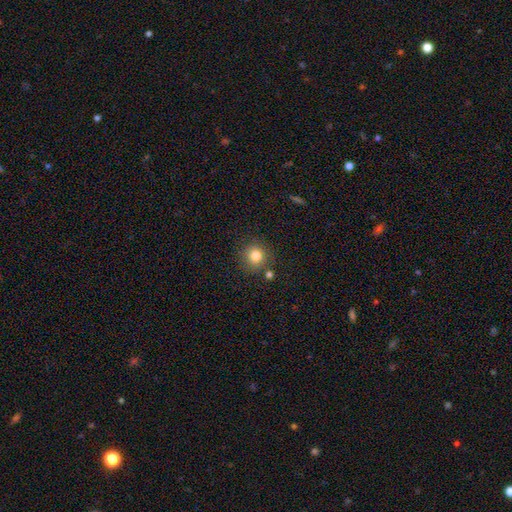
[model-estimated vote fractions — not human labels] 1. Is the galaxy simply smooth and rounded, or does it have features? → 81% smooth, 12% star or artifact, 7% featured or disk.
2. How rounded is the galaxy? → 91% round, 9% in between, 1% cigar-shaped.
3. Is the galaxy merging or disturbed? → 81% none, 9% minor disturbance, 6% merger, 3% major disturbance.